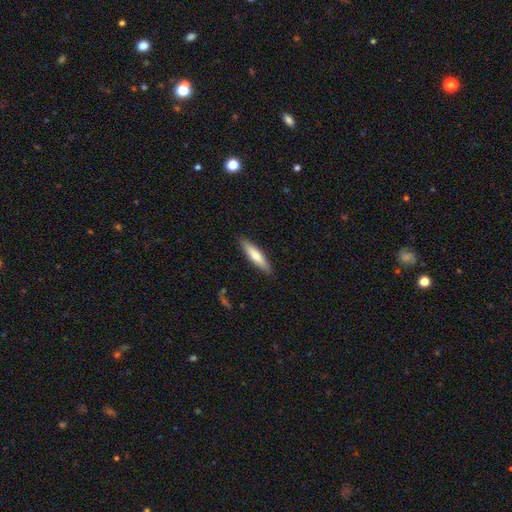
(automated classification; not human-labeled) Smooth or featured? smooth (66%)
How rounded? cigar-shaped (82%)
Merging? none (89%)